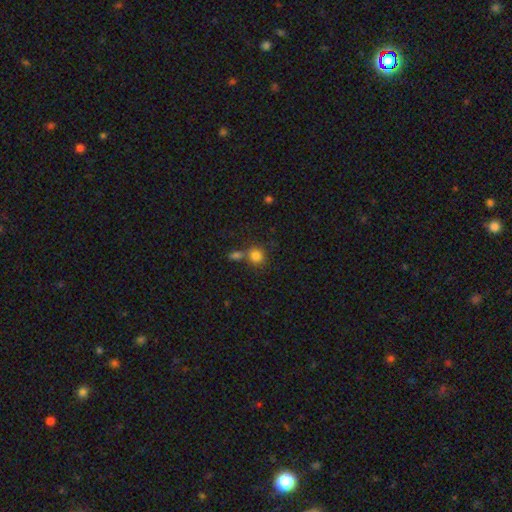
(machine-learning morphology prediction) Smooth or featured? Predicted: smooth (p=0.83). How rounded? Predicted: round (p=0.83). Merging? Predicted: none (p=0.58).